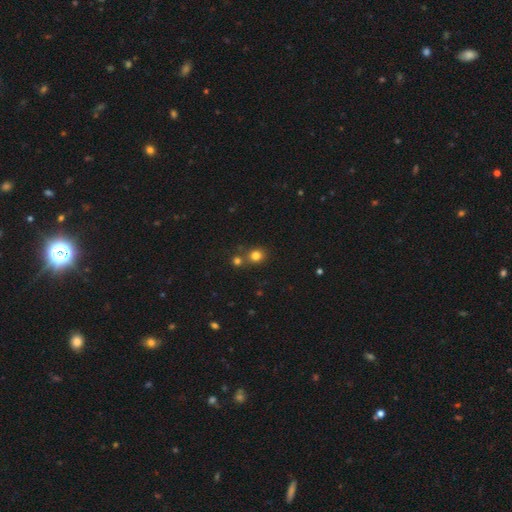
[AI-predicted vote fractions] This appears to be a smooth galaxy with no disk features (79%) that is round (77%). Merging: none (63%).